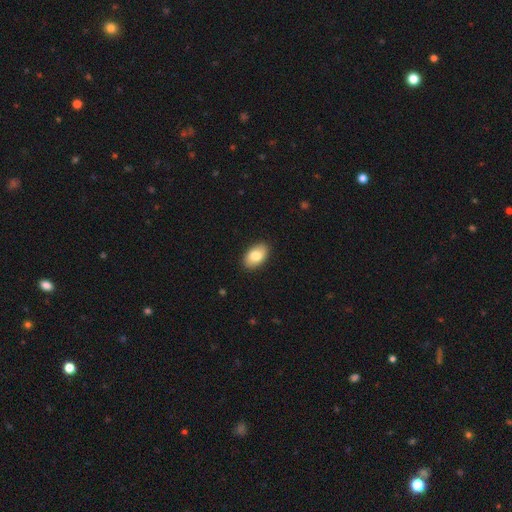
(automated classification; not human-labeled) Smooth or featured: smooth — 82% (featured or disk — 12%)
How rounded: in between — 93% (round — 6%)
Merging: none — 89% (minor disturbance — 8%)